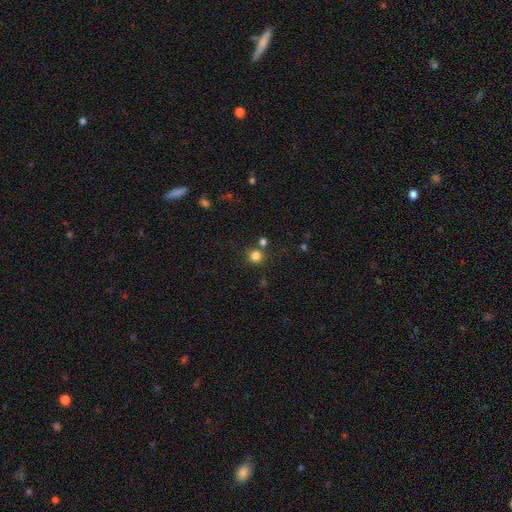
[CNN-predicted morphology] The model was most divided on "merging": none: 77%, merger: 12%, minor disturbance: 8%, major disturbance: 3%. More confident: how rounded — round (92%); smooth or featured — smooth (82%).